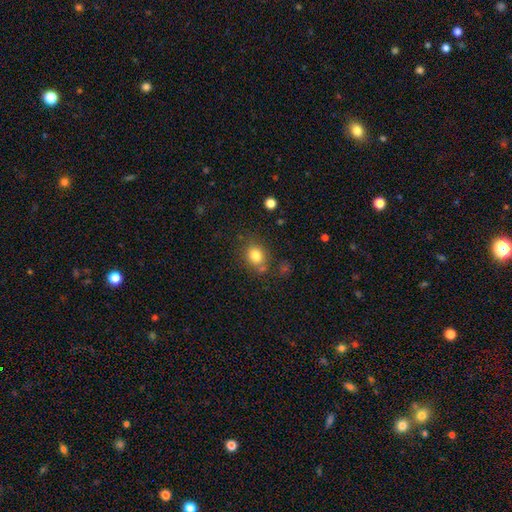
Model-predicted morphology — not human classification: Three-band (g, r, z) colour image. It shows a smooth galaxy with no disk features (81%) that is round (66%). Merging: none (72%).